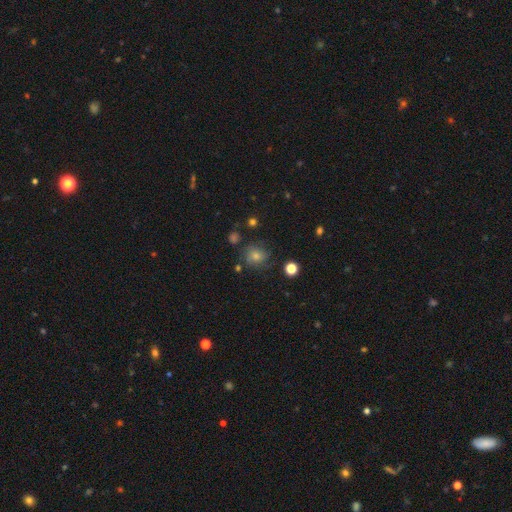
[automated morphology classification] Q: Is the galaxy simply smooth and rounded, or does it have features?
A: smooth — 51%.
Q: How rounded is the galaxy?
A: round — 82%.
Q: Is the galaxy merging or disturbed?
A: none — 77%.